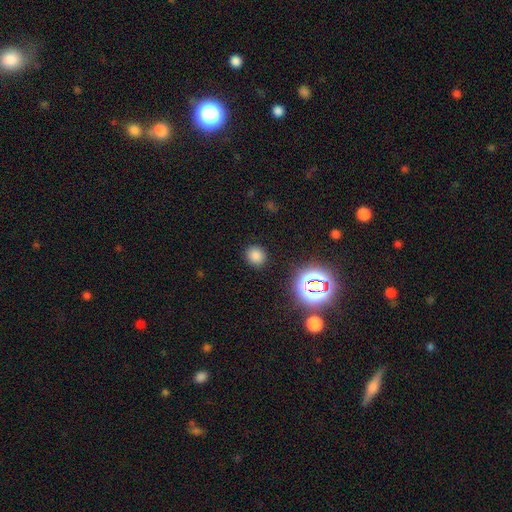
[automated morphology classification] This appears to be a smooth galaxy with no disk features (76%) that is round (84%). Merging: none (89%).